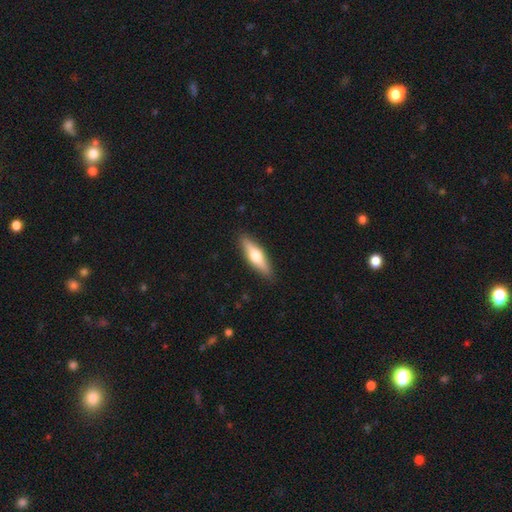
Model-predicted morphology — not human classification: This appears to be a smooth galaxy with no disk features (48%). Merging: none (89%).